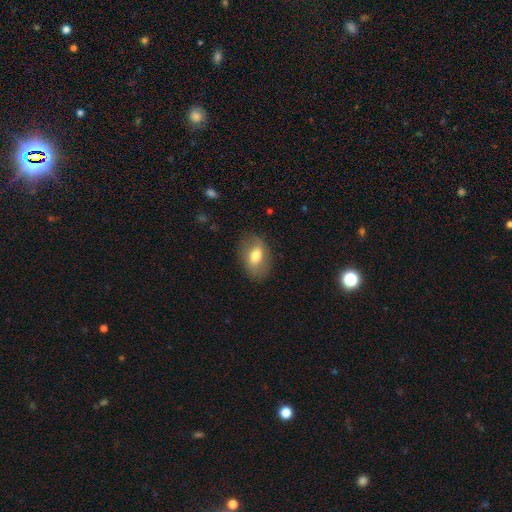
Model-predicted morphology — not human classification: Overall: smooth (66%; featured or disk 27%). How rounded: in between (82%). Merging: none (79%).